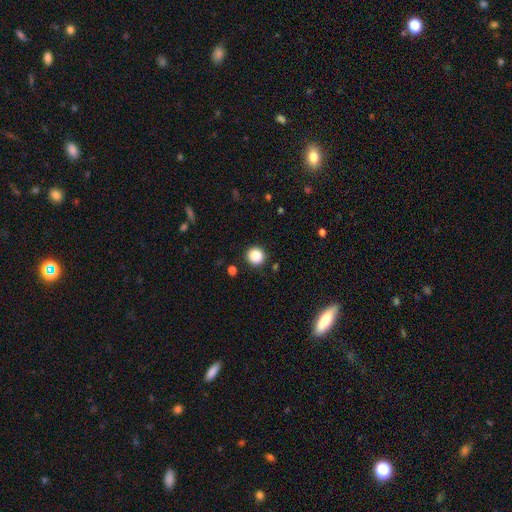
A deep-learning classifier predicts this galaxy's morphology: Overall: smooth (87%). How rounded: round (94%). Merging: none (90%).